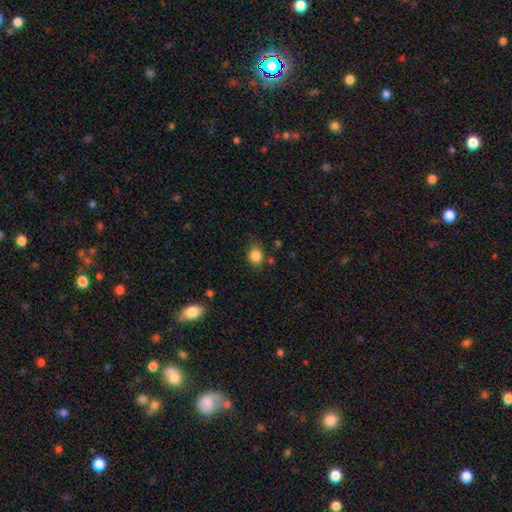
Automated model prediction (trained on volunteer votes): Smooth or featured? smooth (86%)
How rounded? round (52%)
Merging? none (74%)